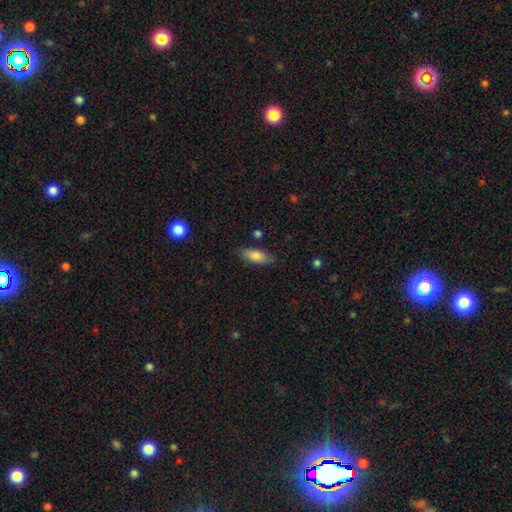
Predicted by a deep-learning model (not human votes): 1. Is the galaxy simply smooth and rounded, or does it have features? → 82% smooth, 11% featured or disk, 7% star or artifact.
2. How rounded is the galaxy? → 77% in between, 21% cigar-shaped, 2% round.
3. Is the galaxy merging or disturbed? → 83% none, 13% minor disturbance, 3% major disturbance, 2% merger.